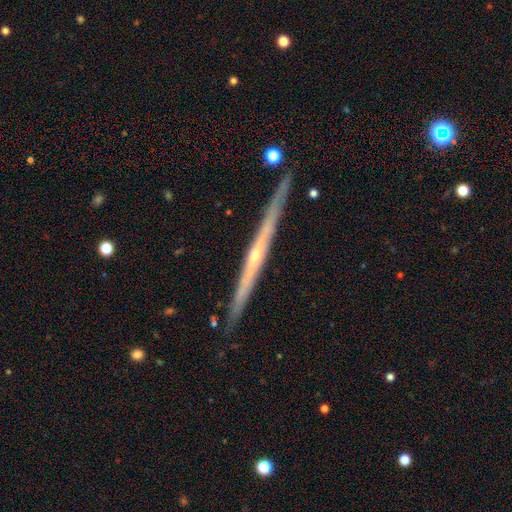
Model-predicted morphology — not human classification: Smooth or featured? featured or disk (81%)
Edge-on disk? yes (98%)
Edge-on bulge? rounded (59%)
Merging? none (88%)